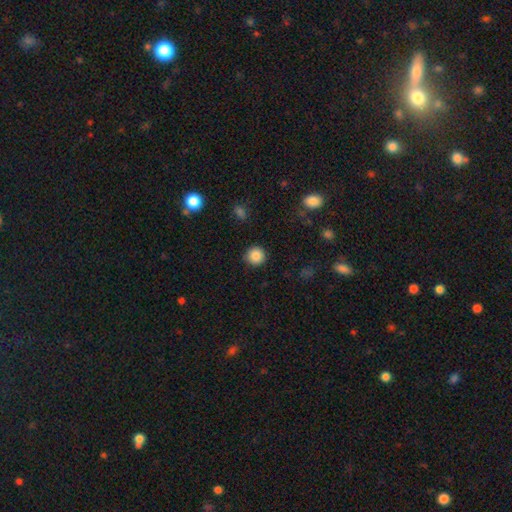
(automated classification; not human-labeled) This is clearly a smooth galaxy (86%). How rounded: clearly round (94%). Merging: clearly none (90%).